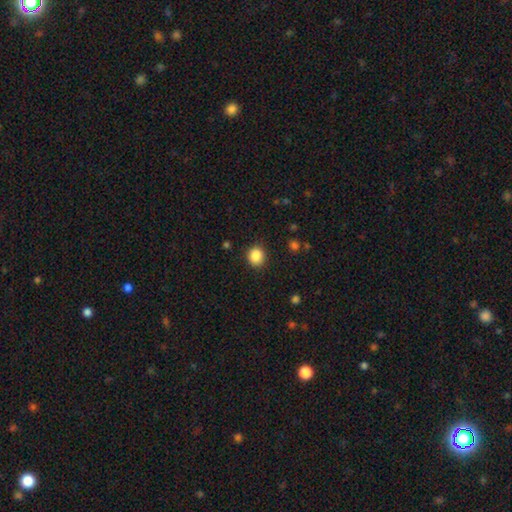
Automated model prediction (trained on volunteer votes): Morphology: type=smooth (87%); roundness=round (77%); merging=none (87%).